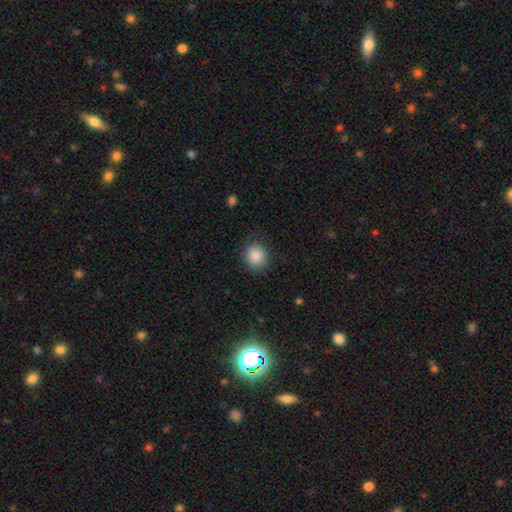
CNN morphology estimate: A smooth galaxy with no disk features (88%) that is round (83%).

Vote fractions:
- Smooth or featured? smooth: 88% / star or artifact: 9% / featured or disk: 3%
- How rounded? round: 83% / in between: 16% / cigar-shaped: 1%
- Merging? none: 85% / minor disturbance: 10% / major disturbance: 3% / merger: 1%